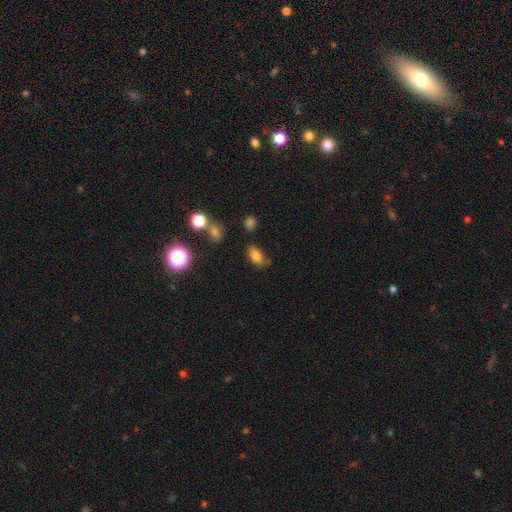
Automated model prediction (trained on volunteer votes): smooth_or_featured: smooth (p=0.80) [alt: star or artifact p=0.13]
how_rounded: in between (p=0.88) [alt: round p=0.09]
merging: none (p=0.69) [alt: minor disturbance p=0.20]